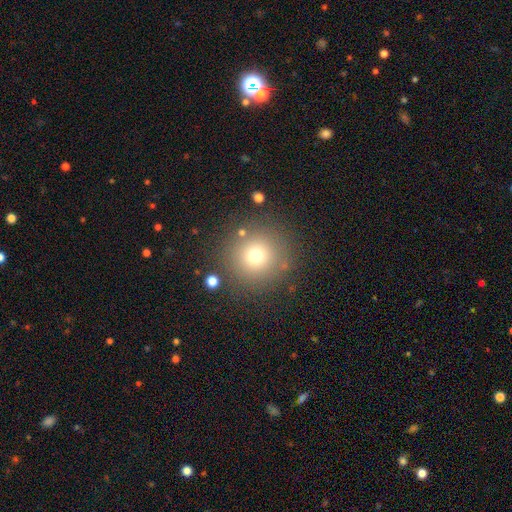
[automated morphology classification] Smooth or featured?
  - smooth: 71% *
  - star or artifact: 18%
  - featured or disk: 11%
How rounded?
  - round: 95% *
  - in between: 4%
  - cigar-shaped: 1%
Merging?
  - none: 86% *
  - minor disturbance: 7%
  - major disturbance: 4%
  - merger: 3%